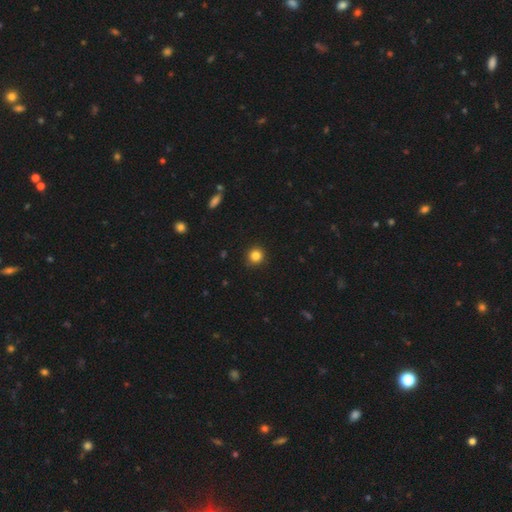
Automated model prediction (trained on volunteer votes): Smooth or featured? smooth (84%)
How rounded? round (92%)
Merging? none (91%)